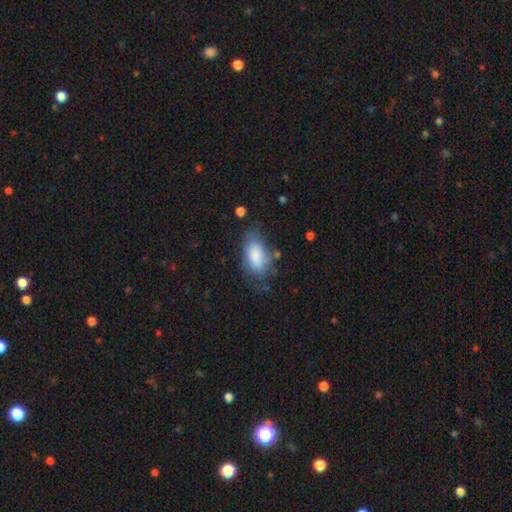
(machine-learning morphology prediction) Q: Smooth or featured?
A: smooth (80%); runner-up: featured or disk (14%)
Q: How rounded?
A: in between (92%); runner-up: round (4%)
Q: Merging?
A: none (55%); runner-up: minor disturbance (28%)